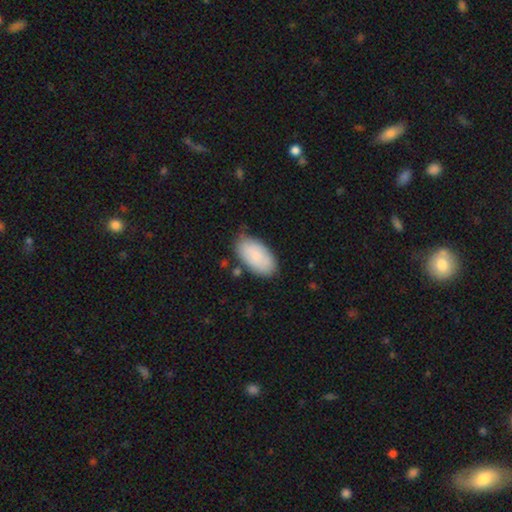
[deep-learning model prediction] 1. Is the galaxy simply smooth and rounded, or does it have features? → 84% smooth, 10% featured or disk, 6% star or artifact.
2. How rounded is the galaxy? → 95% in between, 3% cigar-shaped, 2% round.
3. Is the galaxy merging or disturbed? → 75% none, 18% minor disturbance, 4% major disturbance, 3% merger.